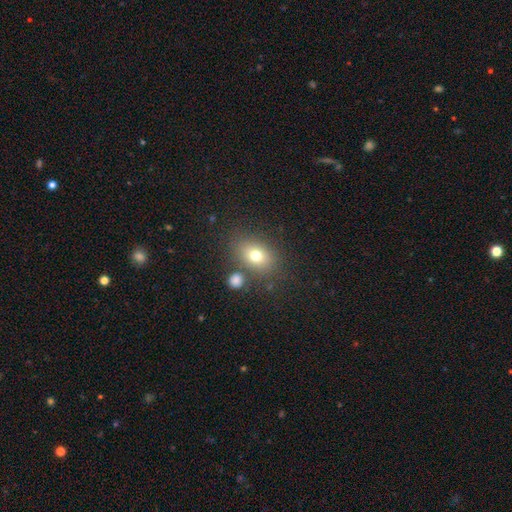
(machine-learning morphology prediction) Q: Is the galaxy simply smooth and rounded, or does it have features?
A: smooth — 74%.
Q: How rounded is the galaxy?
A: in between — 66%.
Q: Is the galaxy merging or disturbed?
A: none — 75%.